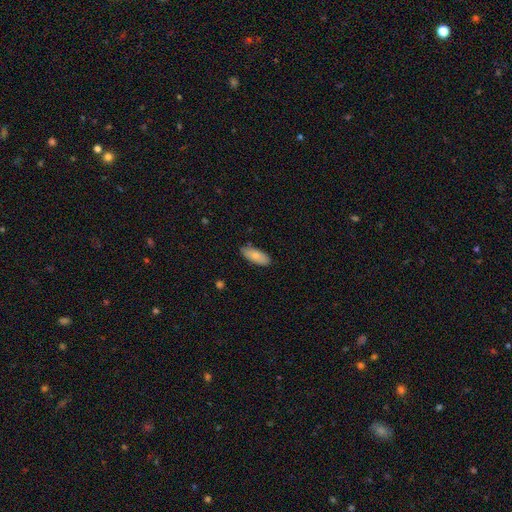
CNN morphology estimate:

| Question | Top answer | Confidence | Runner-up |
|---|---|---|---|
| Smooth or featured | smooth | 78% | featured or disk (16%) |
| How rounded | in between | 81% | cigar-shaped (16%) |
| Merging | none | 84% | minor disturbance (13%) |